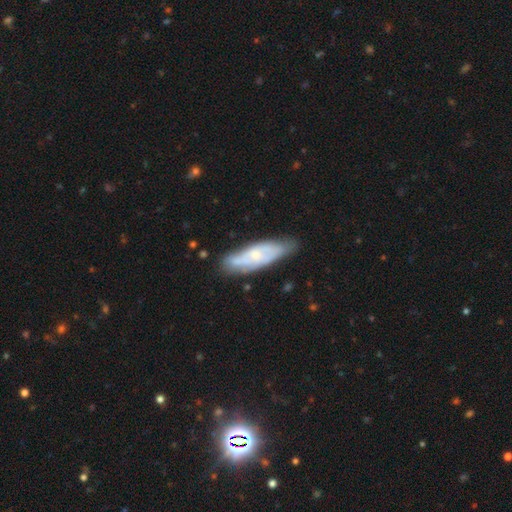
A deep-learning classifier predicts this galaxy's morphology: smooth-or-featured: featured or disk: 57% | smooth: 37% | star or artifact: 6%
  disk-edge-on: no: 76% | yes: 24%
  merging: none: 67% | minor disturbance: 25% | major disturbance: 6% | merger: 3%